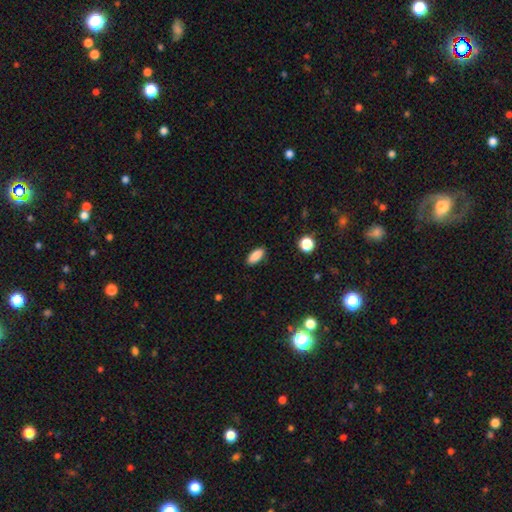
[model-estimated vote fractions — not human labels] Smooth or featured? Predicted: smooth (p=0.87). How rounded? Predicted: in between (p=0.81). Merging? Predicted: none (p=0.89).